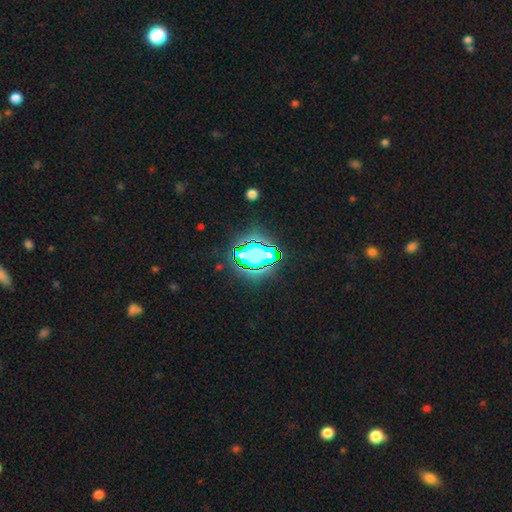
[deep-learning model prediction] Smooth or featured? star or artifact (58%)